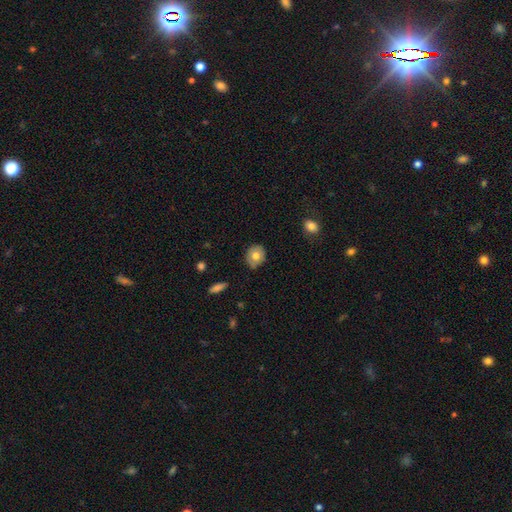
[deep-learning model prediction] Smooth or featured? Predicted: smooth (p=0.71). How rounded? Predicted: round (p=0.66). Merging? Predicted: none (p=0.82).